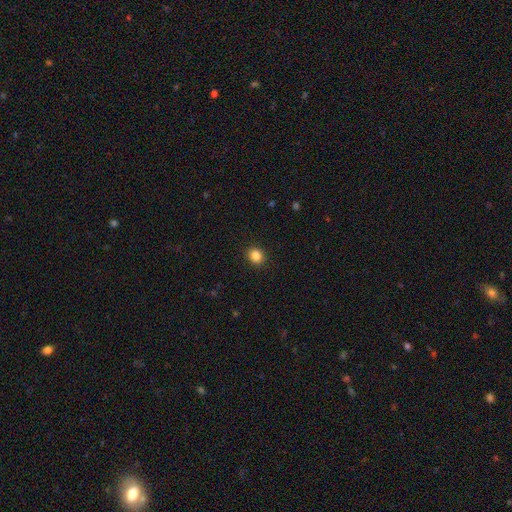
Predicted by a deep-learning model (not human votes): Q: Smooth or featured?
A: smooth (85%); runner-up: star or artifact (11%)
Q: How rounded?
A: round (73%); runner-up: in between (26%)
Q: Merging?
A: none (91%); runner-up: minor disturbance (7%)